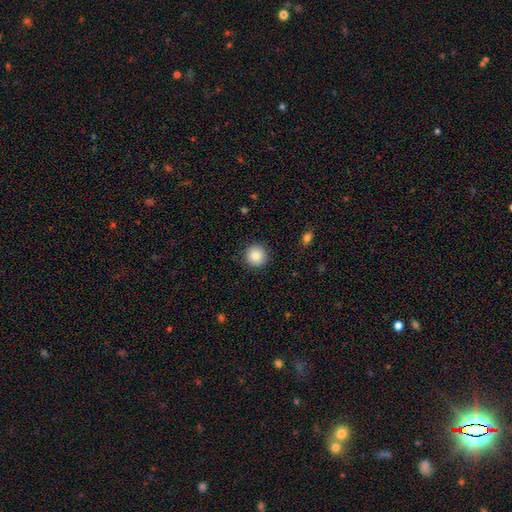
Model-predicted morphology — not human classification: type=smooth (85%); roundness=round (94%); merging=none (91%).